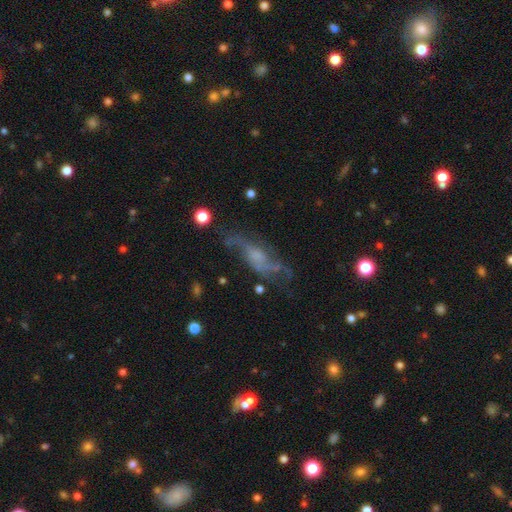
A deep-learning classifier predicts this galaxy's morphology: smooth-or-featured: featured or disk: 66% | smooth: 20% | star or artifact: 14%
  disk-edge-on: no: 76% | yes: 24%
    bar: no: 63% | weak: 30% | strong: 7%
    has-spiral-arms: yes: 79% | no: 21%
    bulge-size: small: 38% | moderate: 29% | none: 25% | large: 5% | dominant: 2%
  merging: none: 60% | minor disturbance: 21% | major disturbance: 16% | merger: 4%